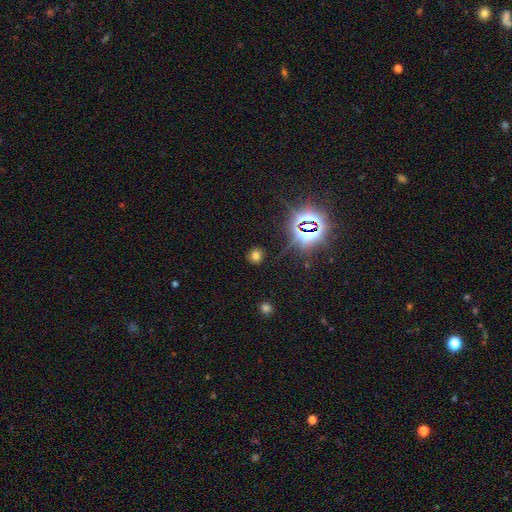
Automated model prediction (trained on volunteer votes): A smooth galaxy with no disk features (61%) that is round (80%). Merging: none (85%).